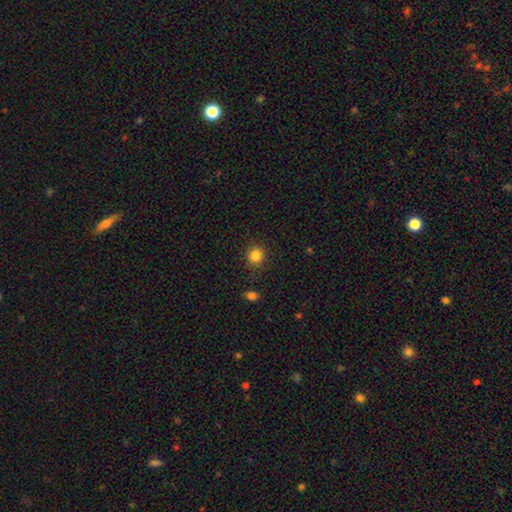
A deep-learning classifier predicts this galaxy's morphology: smooth-or-featured: smooth: 84% | star or artifact: 12% | featured or disk: 4%
  how-rounded: round: 89% | in between: 10% | cigar-shaped: 1%
  merging: none: 87% | minor disturbance: 8% | major disturbance: 3% | merger: 2%